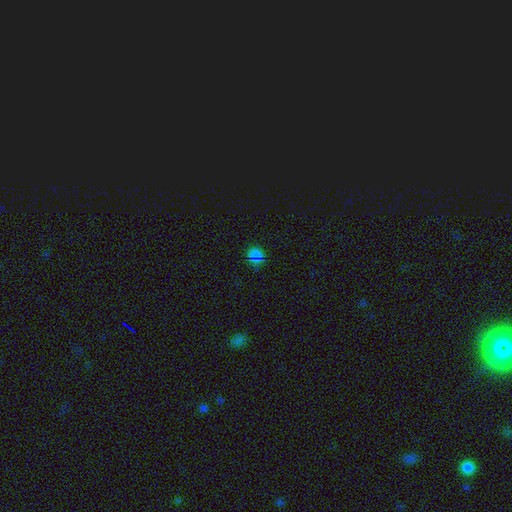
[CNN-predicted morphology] Smooth or featured: smooth — 60% (star or artifact — 35%)
How rounded: round — 83% (in between — 15%)
Merging: none — 85% (minor disturbance — 10%)